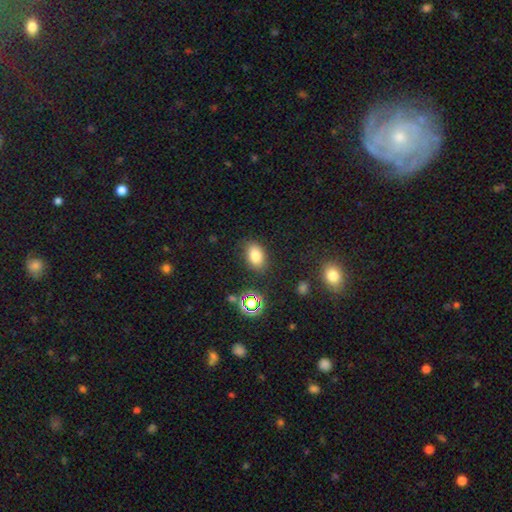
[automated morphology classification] A smooth galaxy with no disk features (78%) that is in between round and cigar-shaped (83%). Merging: none (82%).